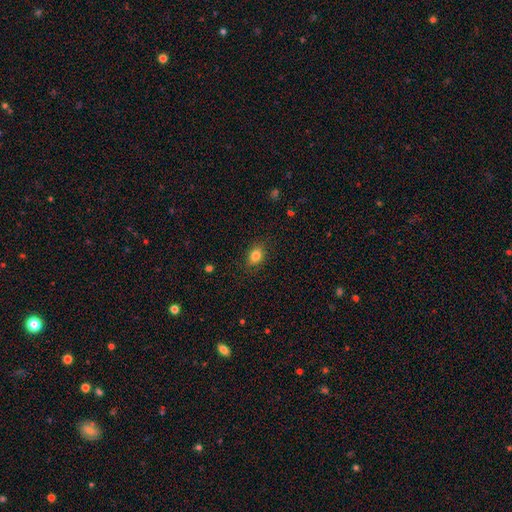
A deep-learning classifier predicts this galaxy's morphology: Smooth or featured? Predicted: smooth (p=0.83). How rounded? Predicted: in between (p=0.68). Merging? Predicted: none (p=0.86).